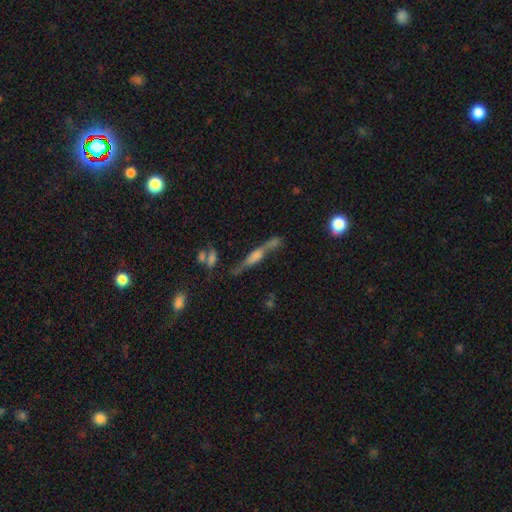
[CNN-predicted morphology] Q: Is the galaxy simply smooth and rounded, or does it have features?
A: featured or disk — 64%.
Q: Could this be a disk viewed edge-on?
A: yes — 82%.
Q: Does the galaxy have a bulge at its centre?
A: rounded — 57%.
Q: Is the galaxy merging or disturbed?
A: none — 57%.